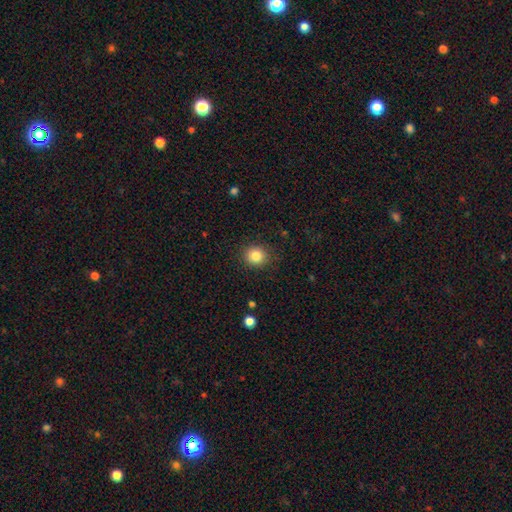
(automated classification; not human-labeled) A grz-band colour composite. It shows a smooth galaxy with no disk features (84%) that is round (84%). Merging: none (88%).